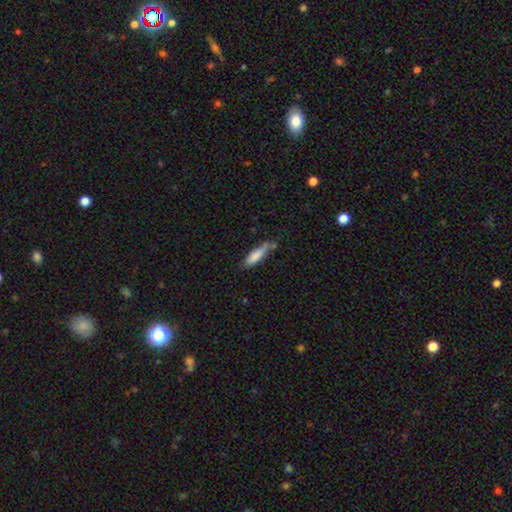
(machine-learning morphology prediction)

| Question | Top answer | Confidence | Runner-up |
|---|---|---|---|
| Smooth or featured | smooth | 81% | featured or disk (12%) |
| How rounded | cigar-shaped | 58% | in between (40%) |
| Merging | none | 49% | minor disturbance (32%) |